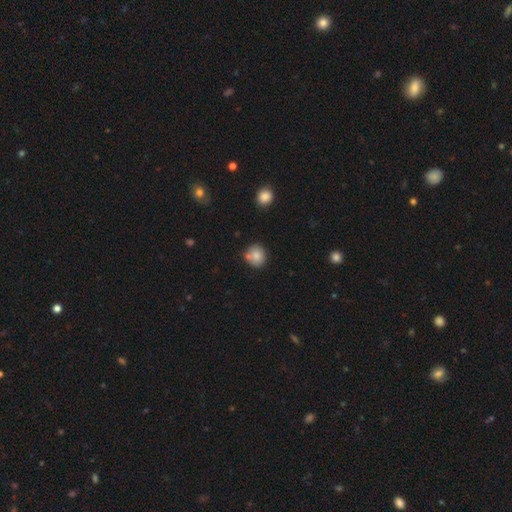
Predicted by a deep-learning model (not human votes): Morphology: type=smooth (83%); roundness=round (84%); merging=none (68%).